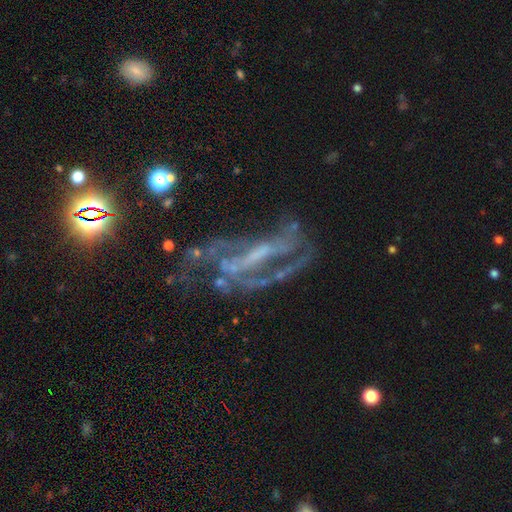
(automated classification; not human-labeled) Morphology: type=featured or disk (80%); edge-on=no (92%); bar=strong (43%); spiral arms=yes (78%); winding=medium (42%); arm count=2 (48%); bulge=none (53%); merging=none (39%).